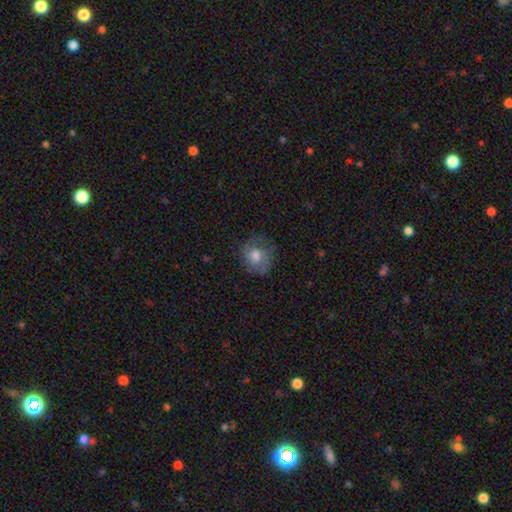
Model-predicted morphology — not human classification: A smooth galaxy with no disk features (64%) that is round (78%).

Vote fractions:
- Smooth or featured? smooth: 64% / featured or disk: 27% / star or artifact: 10%
- How rounded? round: 78% / in between: 21% / cigar-shaped: 1%
- Merging? none: 68% / minor disturbance: 21% / major disturbance: 10% / merger: 1%